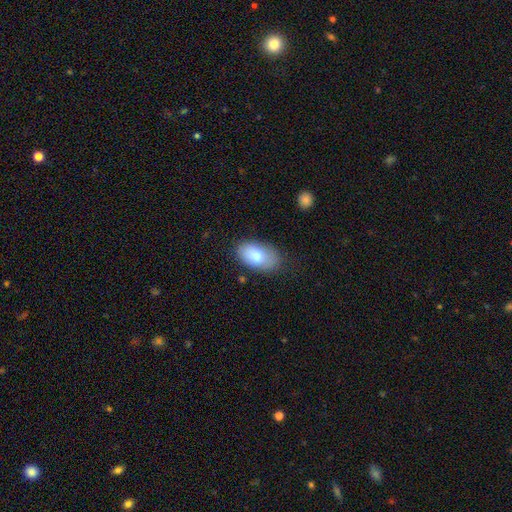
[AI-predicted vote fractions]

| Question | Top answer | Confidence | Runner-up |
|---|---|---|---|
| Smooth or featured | smooth | 84% | featured or disk (10%) |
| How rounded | in between | 94% | round (5%) |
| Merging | none | 74% | minor disturbance (19%) |